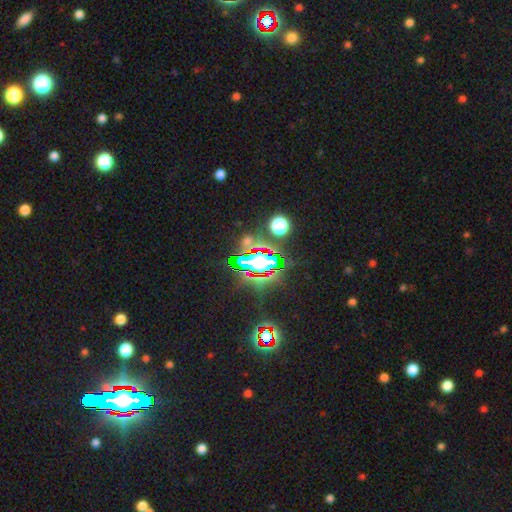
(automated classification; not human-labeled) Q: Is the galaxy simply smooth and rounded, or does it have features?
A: star or artifact — 82%.